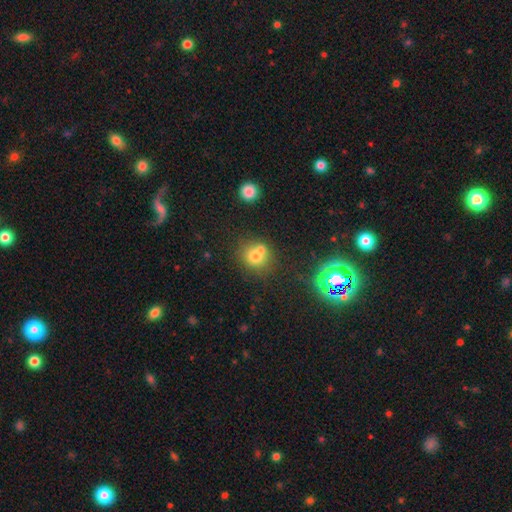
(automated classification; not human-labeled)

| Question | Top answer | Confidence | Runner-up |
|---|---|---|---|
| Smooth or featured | smooth | 70% | featured or disk (15%) |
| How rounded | round | 83% | in between (16%) |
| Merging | none | 44% | merger (43%) |